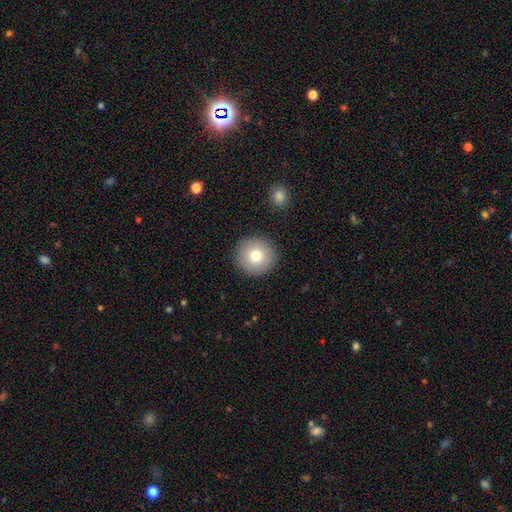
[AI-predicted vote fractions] Smooth or featured? Predicted: smooth (p=0.78). How rounded? Predicted: round (p=0.95). Merging? Predicted: none (p=0.91).